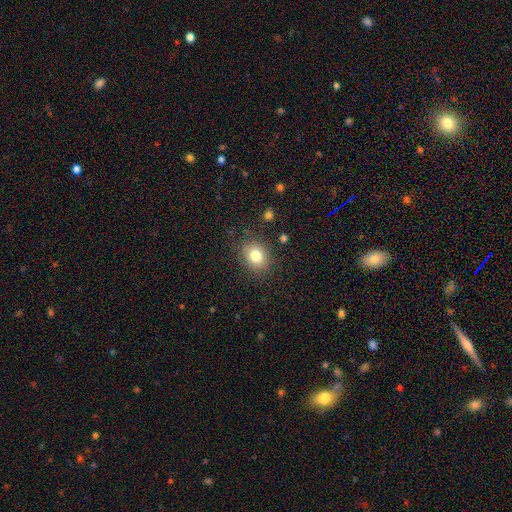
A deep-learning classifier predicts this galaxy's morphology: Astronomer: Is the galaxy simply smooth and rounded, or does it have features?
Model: smooth — 80%.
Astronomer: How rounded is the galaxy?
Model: round — 54% (runner-up: in between, 45%).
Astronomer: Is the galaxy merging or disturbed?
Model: none — 84%.